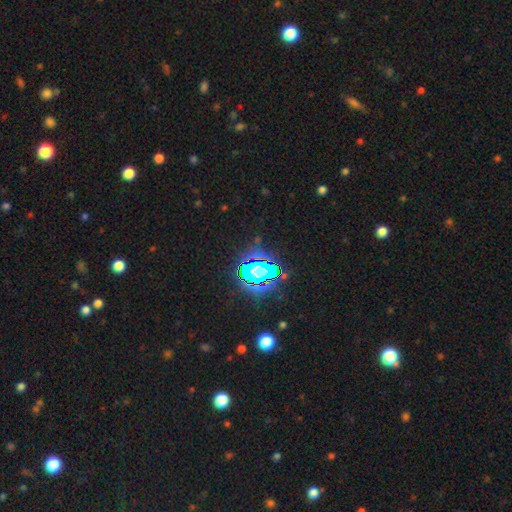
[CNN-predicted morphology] Smooth or featured? Predicted: star or artifact (p=0.83).